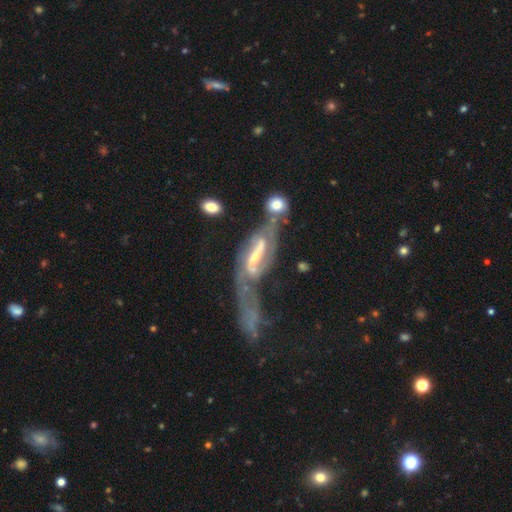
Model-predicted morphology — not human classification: smooth_or_featured: featured or disk (p=0.83) [alt: smooth p=0.10]
disk_edge_on: no (p=0.87) [alt: yes p=0.13]
bar: strong (p=0.54) [alt: weak p=0.33]
has_spiral_arms: yes (p=0.86) [alt: no p=0.14]
spiral_winding: loose (p=0.44) [alt: medium p=0.36]
spiral_arm_count: 2 (p=0.76) [alt: can't tell p=0.13]
bulge_size: small (p=0.45) [alt: moderate p=0.38]
merging: major disturbance (p=0.32) [alt: merger p=0.29]